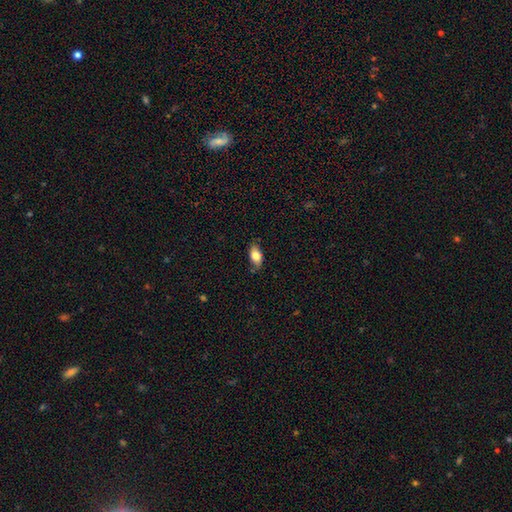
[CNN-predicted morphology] smooth_or_featured: smooth (p=0.79) [alt: featured or disk p=0.14]
how_rounded: in between (p=0.89) [alt: cigar-shaped p=0.06]
merging: none (p=0.79) [alt: minor disturbance p=0.17]